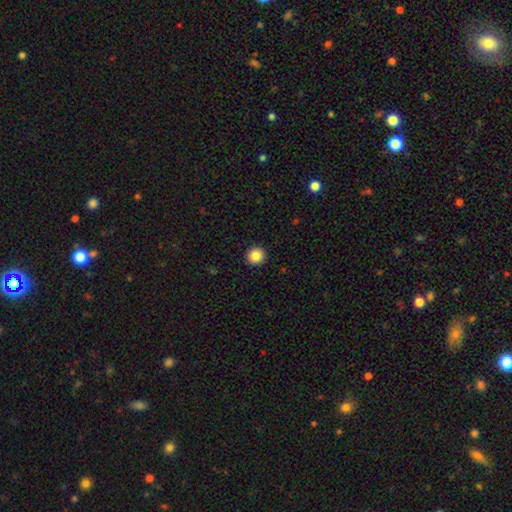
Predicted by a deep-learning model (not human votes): Morphology: type=smooth (86%); roundness=round (95%); merging=none (93%).